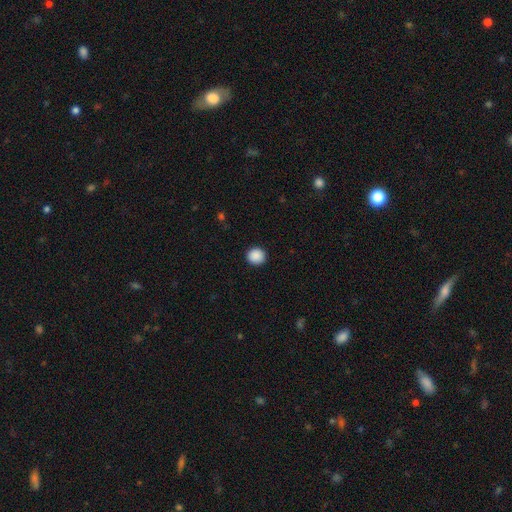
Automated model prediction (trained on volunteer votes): A smooth galaxy with no disk features (90%) that is round (91%). Merging: none (92%).